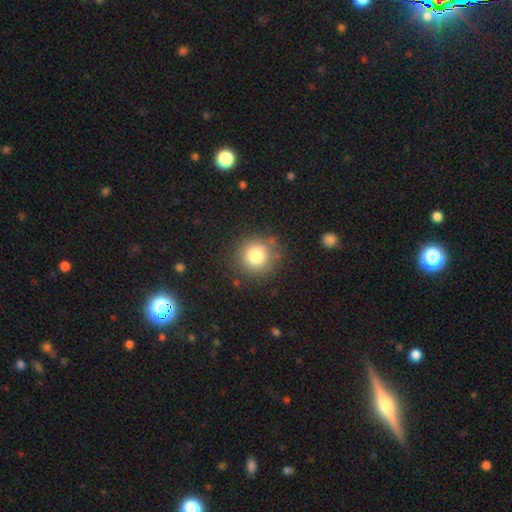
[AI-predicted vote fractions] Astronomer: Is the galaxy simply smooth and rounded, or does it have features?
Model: smooth — 79%.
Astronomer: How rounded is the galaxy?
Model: round — 93%.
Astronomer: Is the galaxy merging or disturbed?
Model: none — 83%.